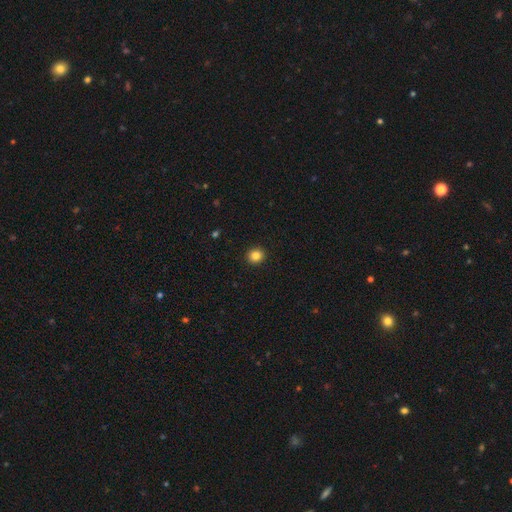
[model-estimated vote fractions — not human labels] Q: Smooth or featured?
A: smooth (84%); runner-up: star or artifact (11%)
Q: How rounded?
A: round (88%); runner-up: in between (11%)
Q: Merging?
A: none (93%); runner-up: minor disturbance (5%)